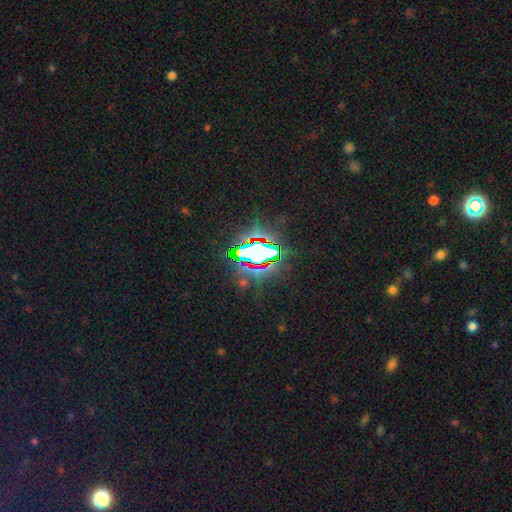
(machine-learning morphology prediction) The model was most divided on "smooth or featured": star or artifact: 70%, smooth: 17%, featured or disk: 14%.